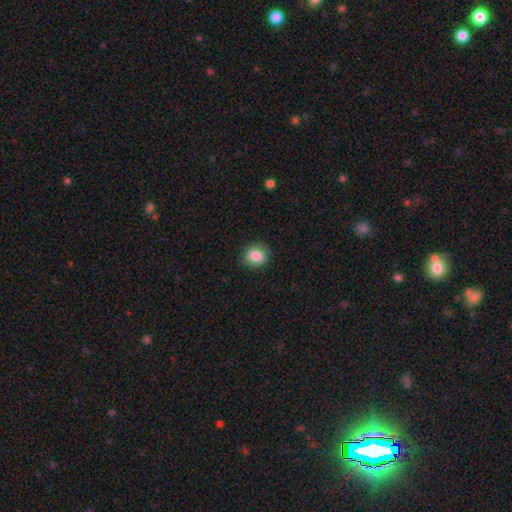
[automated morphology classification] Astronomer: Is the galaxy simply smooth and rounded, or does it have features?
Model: smooth — 84%.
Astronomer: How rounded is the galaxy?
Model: round — 74%.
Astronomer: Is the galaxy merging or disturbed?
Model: none — 87%.